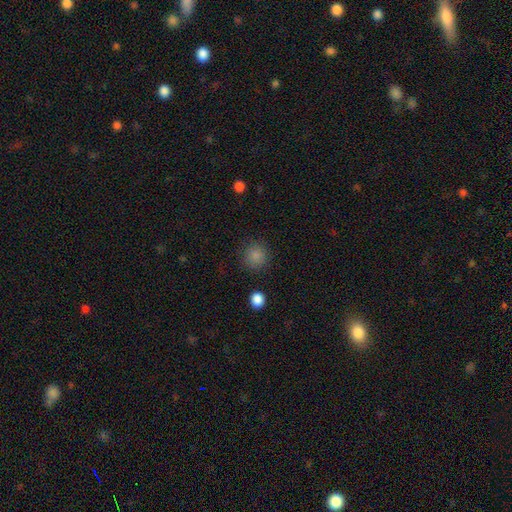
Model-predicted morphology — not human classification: The model was most divided on "smooth or featured": smooth: 85%, star or artifact: 11%, featured or disk: 3%. More confident: how rounded — round (92%); merging — none (88%).